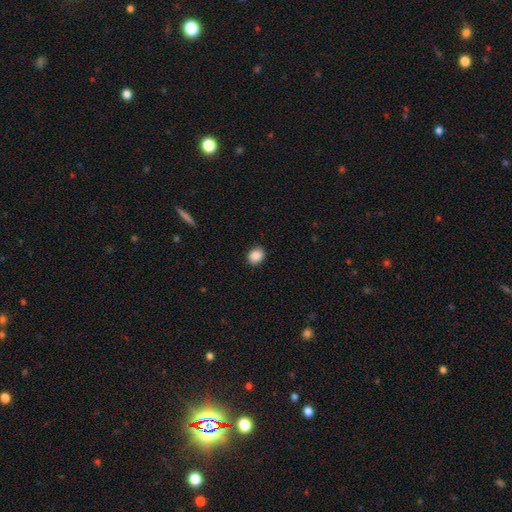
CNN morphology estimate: Smooth or featured? Predicted: smooth (p=0.88). How rounded? Predicted: round (p=0.65). Merging? Predicted: none (p=0.88).